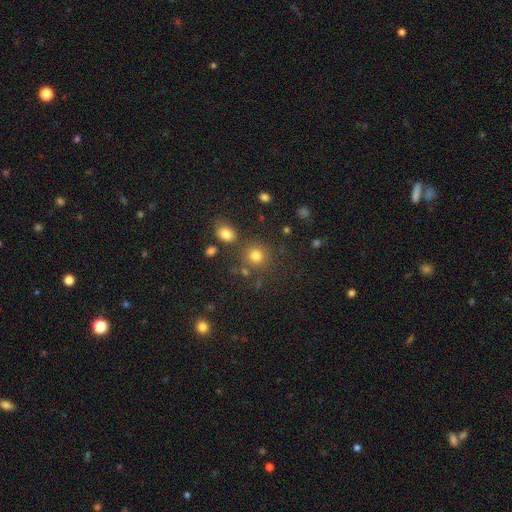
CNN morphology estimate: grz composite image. It shows a smooth galaxy with no disk features (78%) that is round (89%). Merging: none (76%).